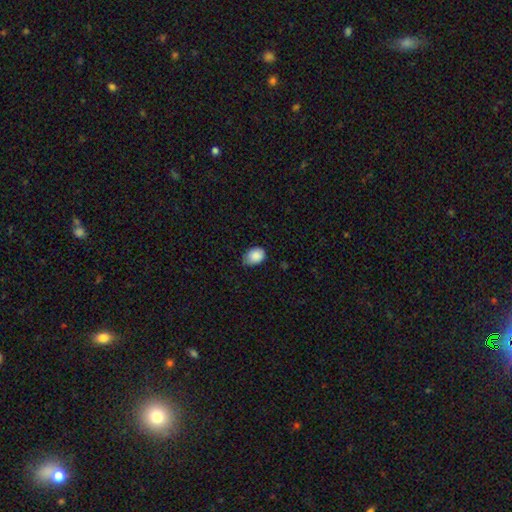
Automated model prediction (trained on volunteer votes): A smooth galaxy with no disk features (88%) that is in between round and cigar-shaped (65%). Merging: none (62%).